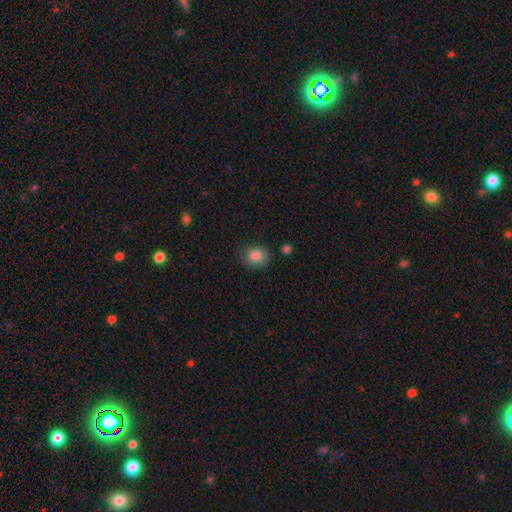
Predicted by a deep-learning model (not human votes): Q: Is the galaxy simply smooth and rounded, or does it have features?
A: smooth — 85%.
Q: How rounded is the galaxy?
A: round — 62%.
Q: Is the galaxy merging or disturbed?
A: none — 73%.